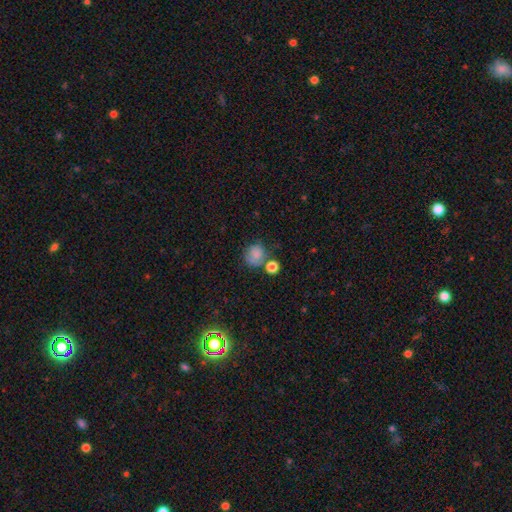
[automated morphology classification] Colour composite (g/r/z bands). It shows a smooth galaxy with no disk features (78%) that is round (80%). Merging: none (53%).